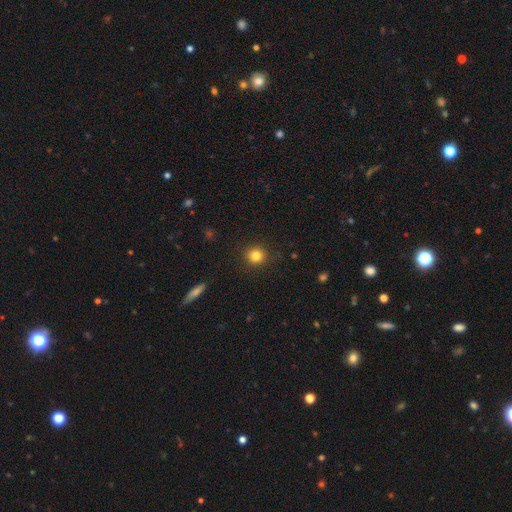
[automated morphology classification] Smooth or featured: smooth — 83% (star or artifact — 11%)
How rounded: round — 92% (in between — 7%)
Merging: none — 90% (minor disturbance — 6%)